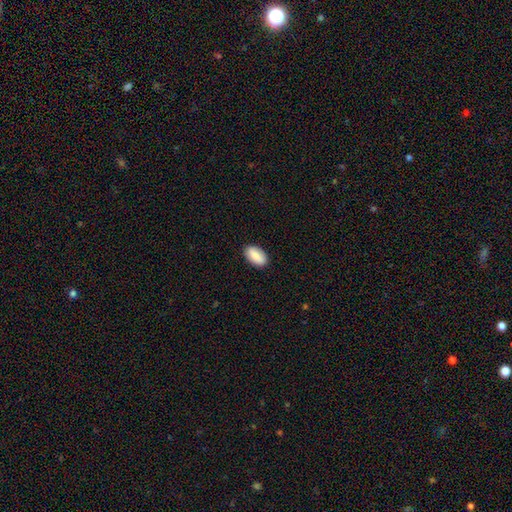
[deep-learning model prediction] Q: Smooth or featured?
A: smooth (84%); runner-up: featured or disk (9%)
Q: How rounded?
A: in between (93%); runner-up: round (3%)
Q: Merging?
A: none (89%); runner-up: minor disturbance (8%)